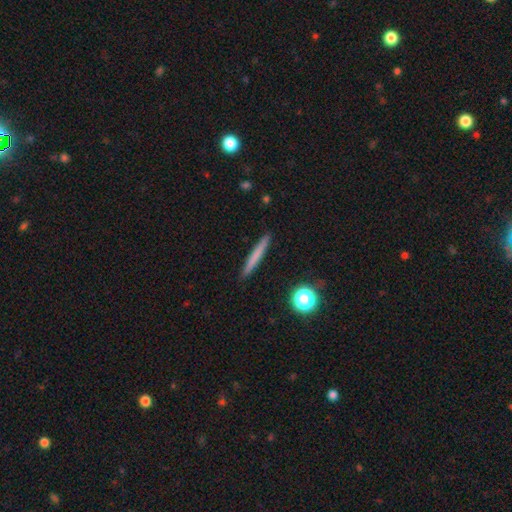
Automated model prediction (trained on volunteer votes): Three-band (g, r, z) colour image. It shows a smooth galaxy with no disk features (66%) that is cigar-shaped (96%). Merging: none (92%).